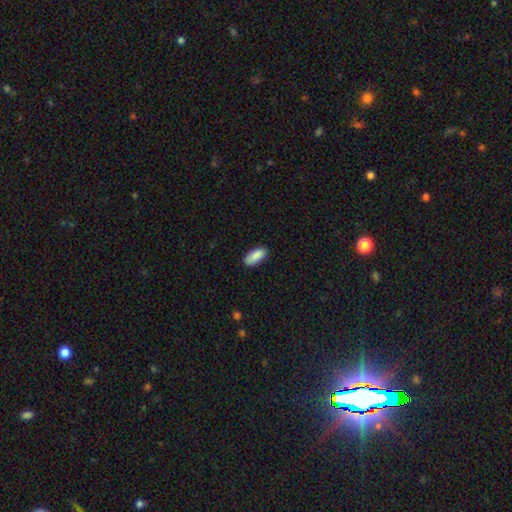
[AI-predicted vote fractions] smooth-or-featured: smooth: 90% | star or artifact: 6% | featured or disk: 4%
  how-rounded: in between: 86% | cigar-shaped: 13% | round: 2%
  merging: none: 86% | minor disturbance: 11% | major disturbance: 2% | merger: 1%